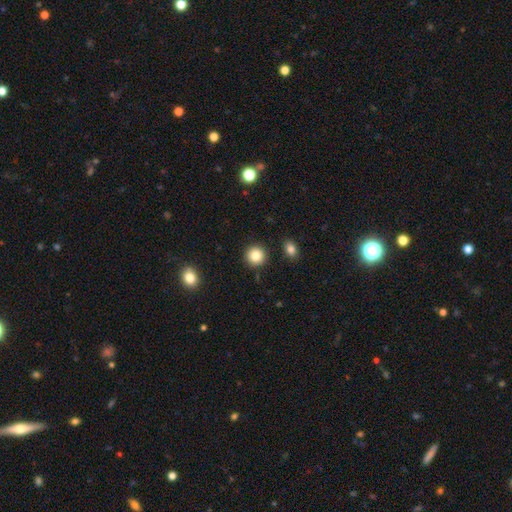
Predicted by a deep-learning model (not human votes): smooth-or-featured: smooth: 84% | star or artifact: 10% | featured or disk: 6%
  how-rounded: round: 93% | in between: 6% | cigar-shaped: 1%
  merging: none: 90% | minor disturbance: 6% | merger: 2% | major disturbance: 2%